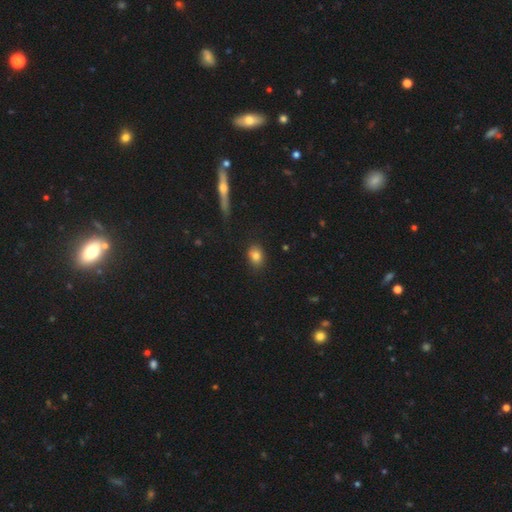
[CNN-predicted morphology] A smooth galaxy with no disk features (81%) that is round (50%). Merging: none (84%).